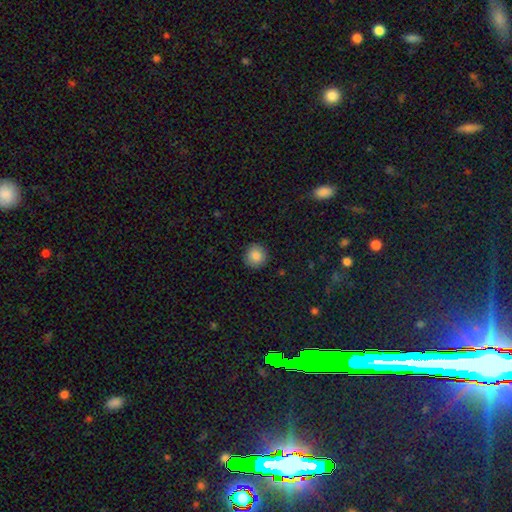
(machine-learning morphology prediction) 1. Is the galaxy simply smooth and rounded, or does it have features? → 85% smooth, 9% star or artifact, 5% featured or disk.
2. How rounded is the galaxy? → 93% round, 6% in between, 1% cigar-shaped.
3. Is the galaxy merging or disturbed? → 91% none, 6% minor disturbance, 2% major disturbance, 1% merger.